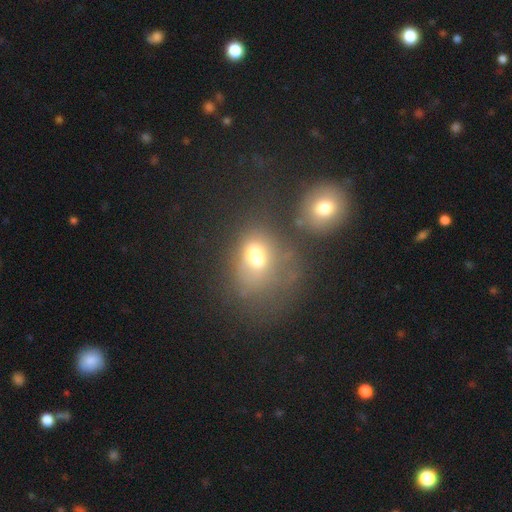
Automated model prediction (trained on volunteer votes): smooth-or-featured: smooth: 59% | featured or disk: 24% | star or artifact: 17%
  how-rounded: in between: 57% | round: 41% | cigar-shaped: 2%
  merging: merger: 46% | none: 25% | major disturbance: 16% | minor disturbance: 13%